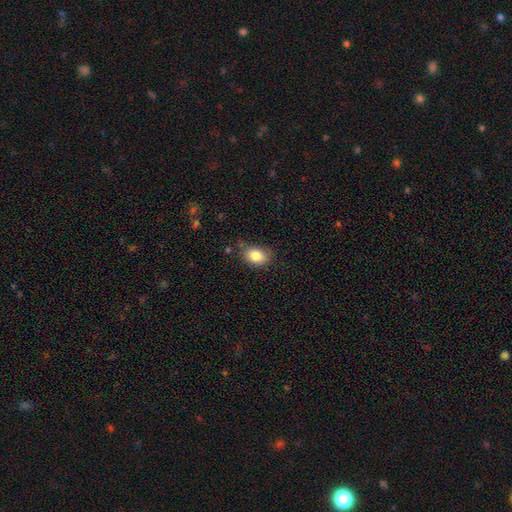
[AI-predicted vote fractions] smooth 84%, star or artifact 9%, featured or disk 7%. Down the decision tree: how rounded — in between (75%); merging — none (70%).